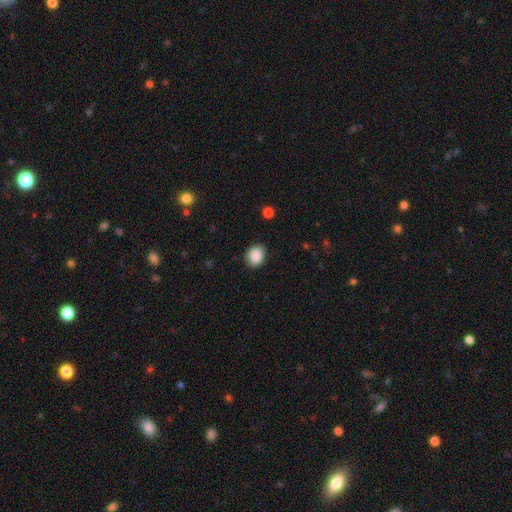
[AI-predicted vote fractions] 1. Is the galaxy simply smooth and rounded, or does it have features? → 88% smooth, 8% star or artifact, 4% featured or disk.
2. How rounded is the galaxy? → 57% in between, 42% round, 1% cigar-shaped.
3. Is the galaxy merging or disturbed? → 82% none, 14% minor disturbance, 3% major disturbance, 1% merger.